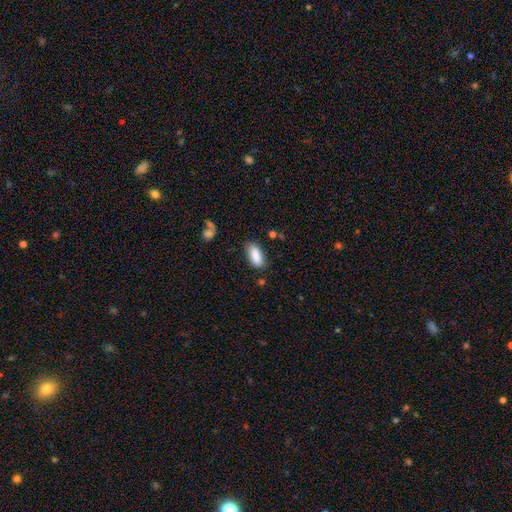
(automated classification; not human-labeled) Smooth or featured? Predicted: smooth (p=0.87). How rounded? Predicted: in between (p=0.82). Merging? Predicted: none (p=0.74).